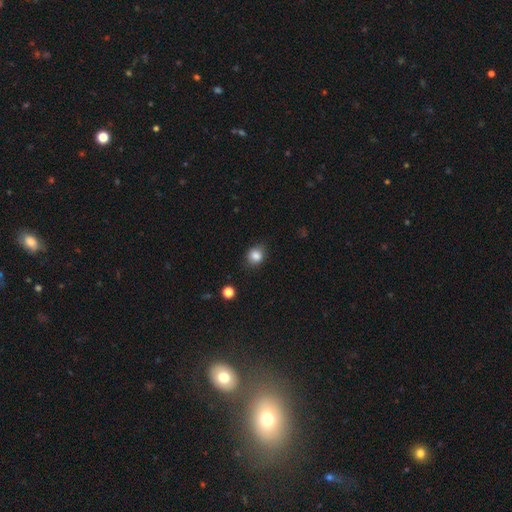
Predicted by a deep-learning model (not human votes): A smooth galaxy with no disk features (84%) that is round (68%).

Vote fractions:
- Smooth or featured? smooth: 84% / star or artifact: 11% / featured or disk: 5%
- How rounded? round: 68% / in between: 31% / cigar-shaped: 1%
- Merging? none: 78% / minor disturbance: 16% / major disturbance: 4% / merger: 2%